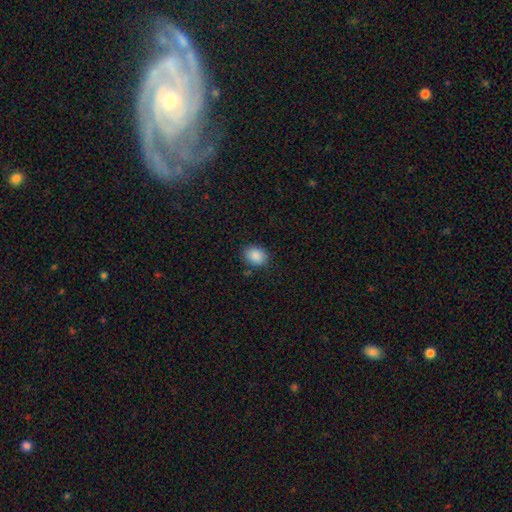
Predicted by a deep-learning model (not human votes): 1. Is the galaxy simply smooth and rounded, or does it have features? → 88% smooth, 8% star or artifact, 4% featured or disk.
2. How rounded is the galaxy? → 62% in between, 37% round, 1% cigar-shaped.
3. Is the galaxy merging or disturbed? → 83% none, 12% minor disturbance, 3% major disturbance, 2% merger.